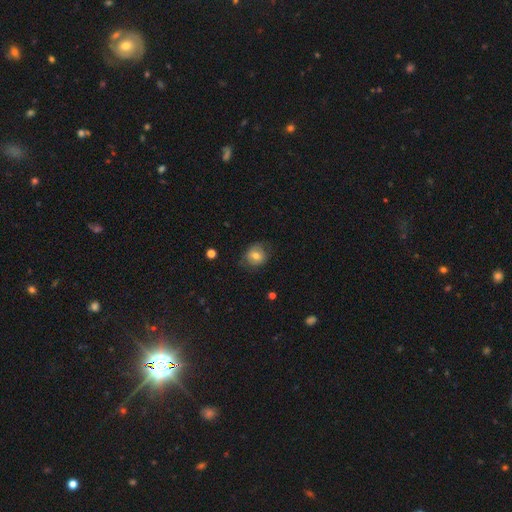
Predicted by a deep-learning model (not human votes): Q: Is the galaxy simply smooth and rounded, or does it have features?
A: smooth — 65%.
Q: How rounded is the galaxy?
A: round — 68%.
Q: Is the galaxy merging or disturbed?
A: none — 67%.